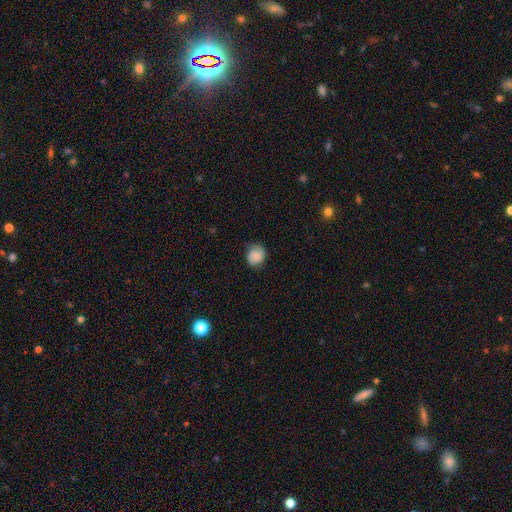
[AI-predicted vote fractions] The model was most divided on "smooth or featured": smooth: 52%, featured or disk: 39%, star or artifact: 9%. More confident: merging — none (77%); how rounded — round (74%).